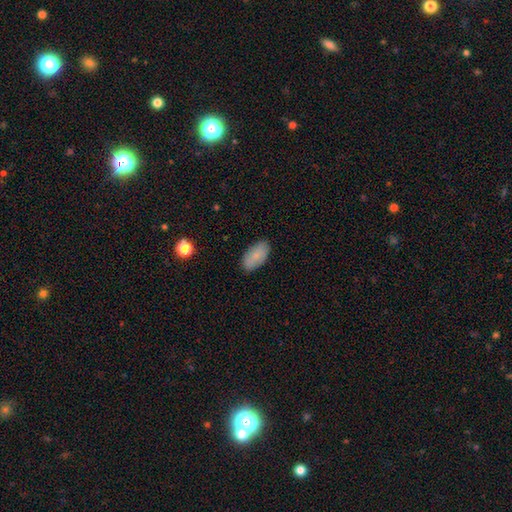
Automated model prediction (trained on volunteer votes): Smooth or featured? smooth (79%)
How rounded? in between (94%)
Merging? none (85%)